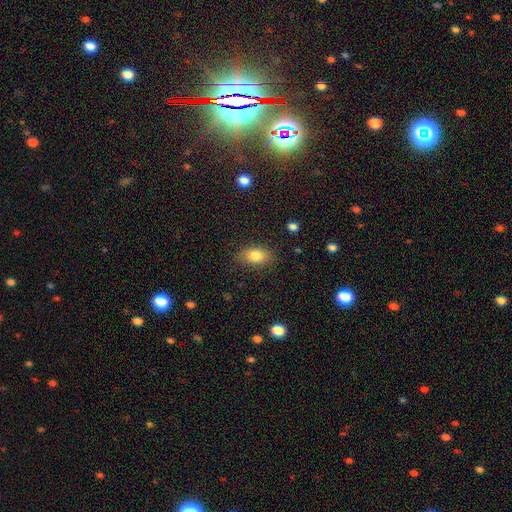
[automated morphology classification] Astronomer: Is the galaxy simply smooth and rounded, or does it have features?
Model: smooth — 83%.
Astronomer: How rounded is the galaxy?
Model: in between — 87%.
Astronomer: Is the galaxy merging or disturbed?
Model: none — 82%.